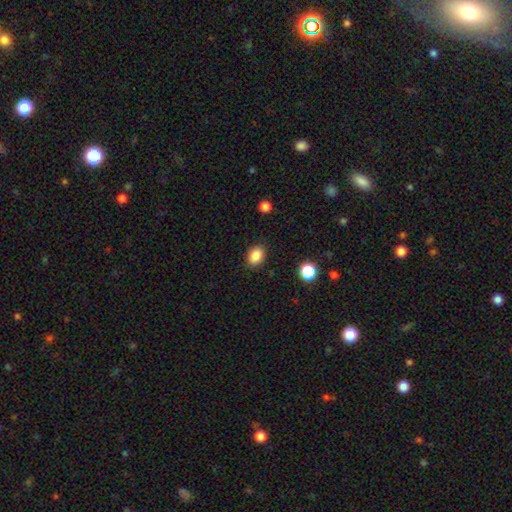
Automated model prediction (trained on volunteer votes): A smooth galaxy with no disk features (86%) that is in between round and cigar-shaped (71%).

Vote fractions:
- Smooth or featured? smooth: 86% / star or artifact: 9% / featured or disk: 4%
- How rounded? in between: 71% / round: 28% / cigar-shaped: 1%
- Merging? none: 87% / minor disturbance: 9% / major disturbance: 2% / merger: 1%